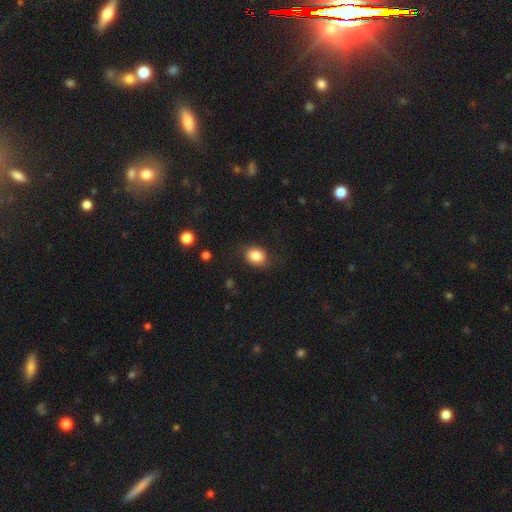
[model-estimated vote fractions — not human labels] smooth_or_featured: smooth (p=0.84) [alt: star or artifact p=0.09]
how_rounded: in between (p=0.57) [alt: round p=0.42]
merging: none (p=0.79) [alt: minor disturbance p=0.15]